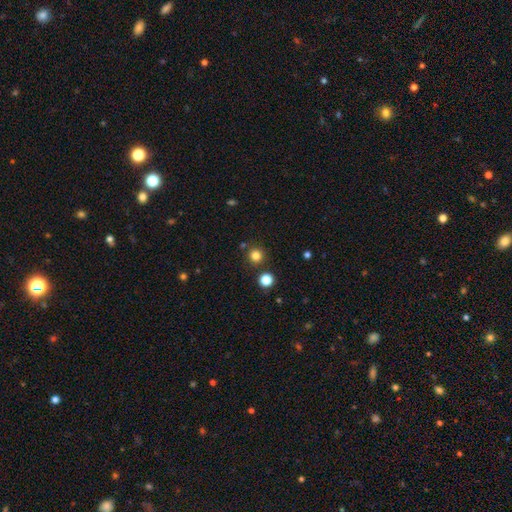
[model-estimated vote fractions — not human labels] This appears to be a smooth galaxy with no disk features (80%) that is round (95%). Merging: none (87%).